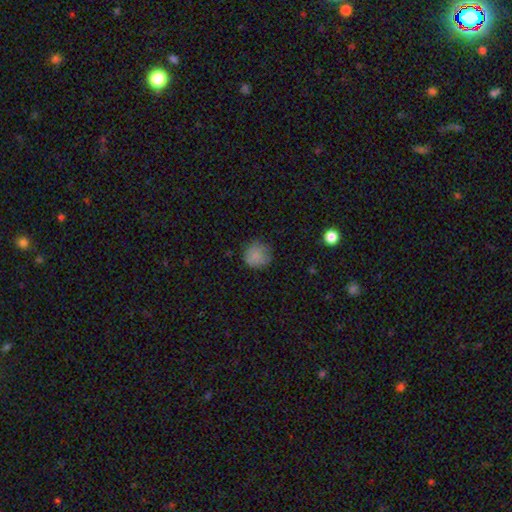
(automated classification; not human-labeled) This appears to be a smooth galaxy with no disk features (81%) that is round (90%). Merging: none (74%).